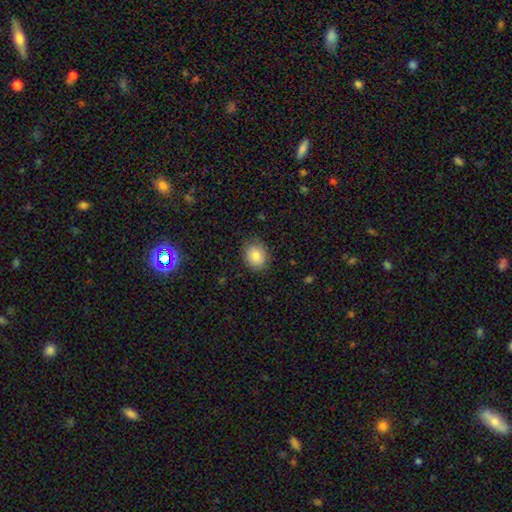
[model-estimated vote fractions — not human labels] The model was most divided on "how rounded": round: 57%, in between: 42%, cigar-shaped: 1%. More confident: merging — none (84%); smooth or featured — smooth (83%).